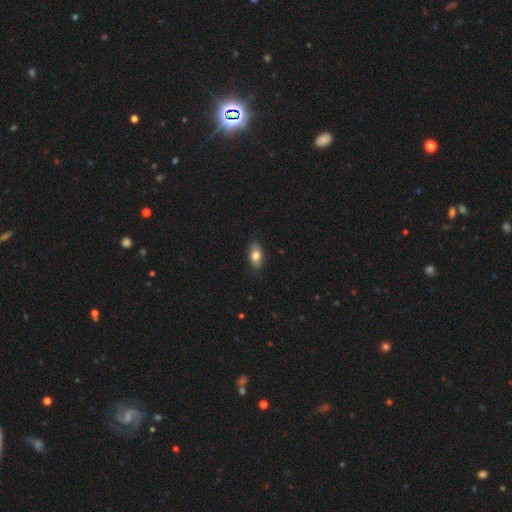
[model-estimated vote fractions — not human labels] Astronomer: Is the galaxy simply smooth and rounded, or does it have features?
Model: smooth — 77%.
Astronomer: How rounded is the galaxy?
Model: in between — 90%.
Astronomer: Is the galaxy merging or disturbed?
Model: none — 85%.